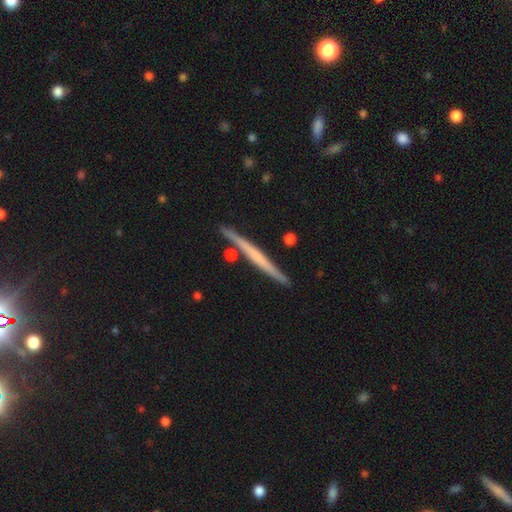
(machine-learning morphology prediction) A featured or disk galaxy (58%) viewed edge-on (98%) with no central bulge (75%).

Vote fractions:
- Smooth or featured? featured or disk: 58% / smooth: 37% / star or artifact: 5%
- Edge-on disk? yes: 98% / no: 2%
- Edge-on bulge? none: 75% / rounded: 17% / boxy: 8%
- Merging? none: 87% / minor disturbance: 7% / merger: 4% / major disturbance: 2%